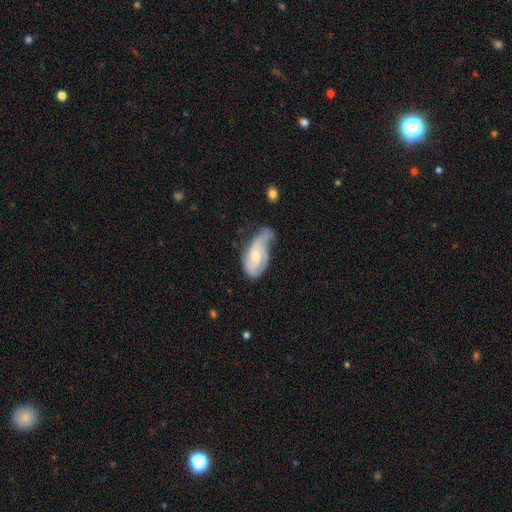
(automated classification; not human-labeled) smooth_or_featured: featured or disk (p=0.64) [alt: smooth p=0.30]
disk_edge_on: no (p=0.94) [alt: yes p=0.06]
bar: no (p=0.57) [alt: weak p=0.36]
has_spiral_arms: yes (p=0.83) [alt: no p=0.17]
spiral_winding: medium (p=0.40) [alt: loose p=0.34]
spiral_arm_count: 2 (p=0.52) [alt: can't tell p=0.20]
bulge_size: moderate (p=0.47) [alt: small p=0.44]
merging: minor disturbance (p=0.36) [alt: major disturbance p=0.31]